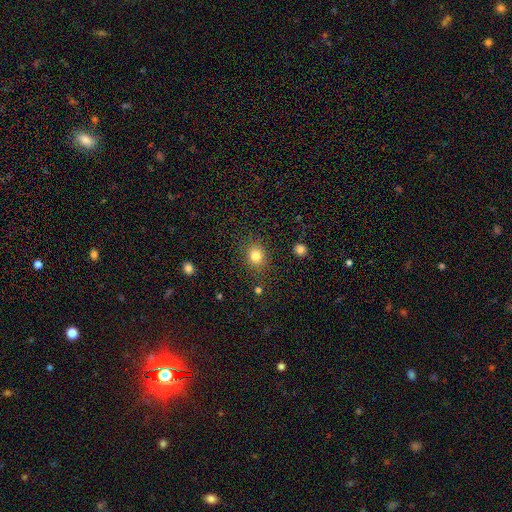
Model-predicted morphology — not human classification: A smooth galaxy with no disk features (81%) that is round (73%). Merging: none (85%).